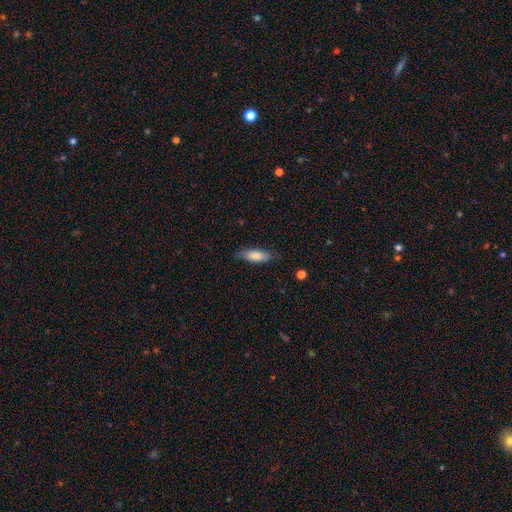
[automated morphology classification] Smooth or featured? Predicted: smooth (p=0.78). How rounded? Predicted: in between (p=0.62). Merging? Predicted: none (p=0.78).